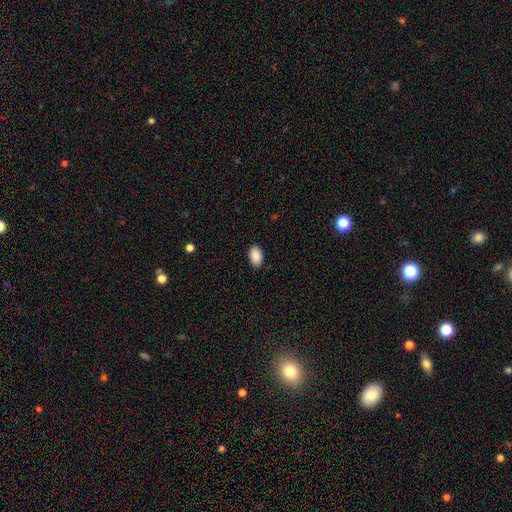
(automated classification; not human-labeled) A smooth galaxy with no disk features (90%) that is in between round and cigar-shaped (92%). Merging: none (88%).